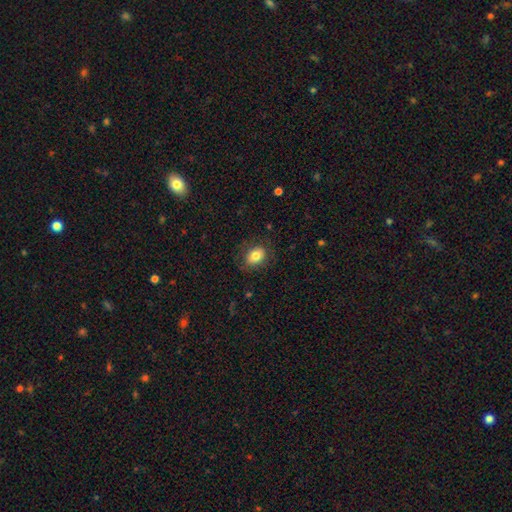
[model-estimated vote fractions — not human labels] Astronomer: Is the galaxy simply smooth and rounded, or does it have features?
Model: smooth — 80%.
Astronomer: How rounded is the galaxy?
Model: in between — 67%.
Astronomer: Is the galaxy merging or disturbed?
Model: none — 79%.